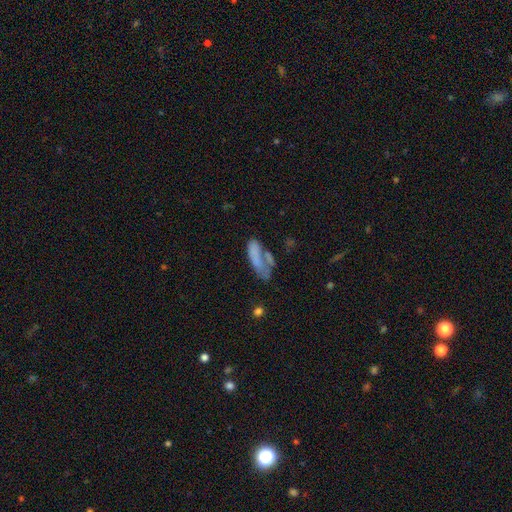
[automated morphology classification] The model was most divided on "merging": none: 30%, merger: 28%, major disturbance: 22%, minor disturbance: 19%. More confident: smooth or featured — smooth (67%); how rounded — in between (58%).